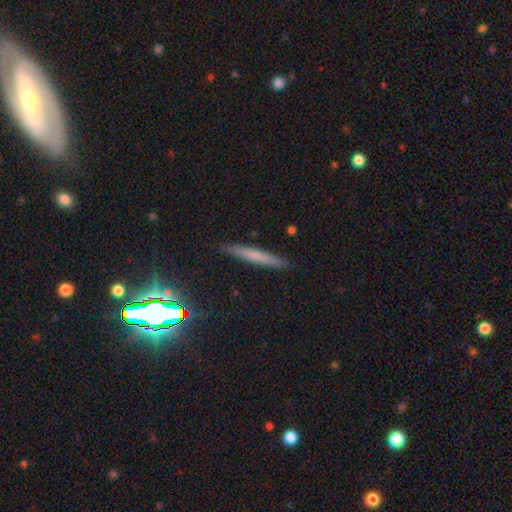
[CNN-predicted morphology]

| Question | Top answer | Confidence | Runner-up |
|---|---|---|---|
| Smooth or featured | smooth | 57% | featured or disk (31%) |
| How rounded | cigar-shaped | 94% | in between (4%) |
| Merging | none | 90% | minor disturbance (7%) |